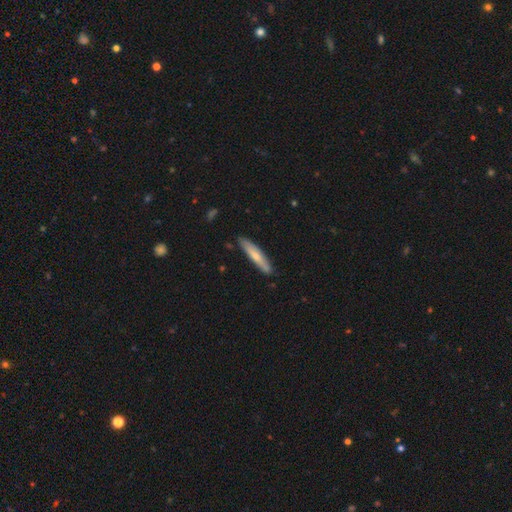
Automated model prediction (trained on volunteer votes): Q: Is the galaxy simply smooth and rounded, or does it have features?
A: smooth — 60%.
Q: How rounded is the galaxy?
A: cigar-shaped — 88%.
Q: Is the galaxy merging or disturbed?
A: none — 85%.